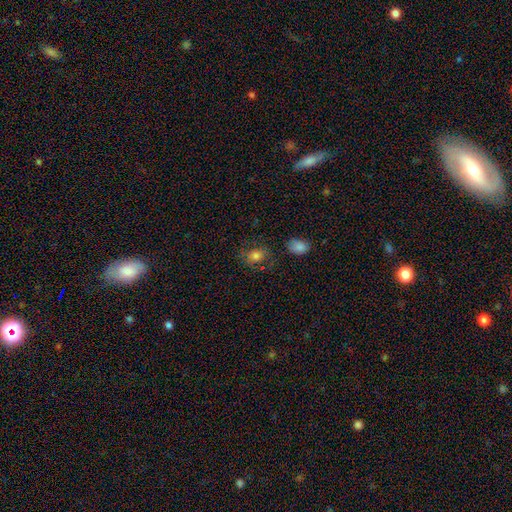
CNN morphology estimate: Overall: smooth (77%). How rounded: in between (59%; round 40%). Merging: none (69%).